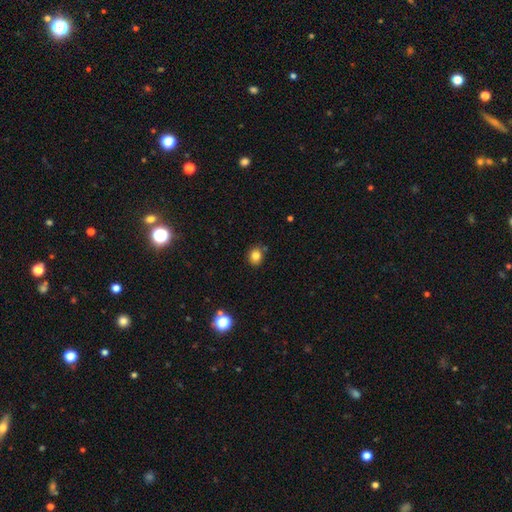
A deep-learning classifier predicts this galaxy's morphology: Smooth or featured? smooth (81%)
How rounded? round (67%)
Merging? none (80%)